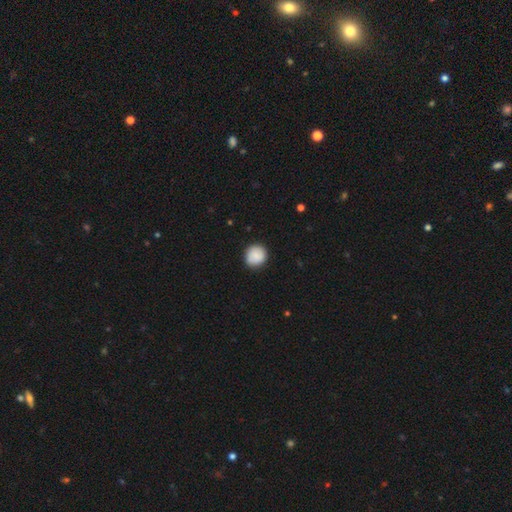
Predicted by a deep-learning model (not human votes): smooth 88%, star or artifact 7%, featured or disk 6%. Down the decision tree: how rounded — round (90%); merging — none (89%).